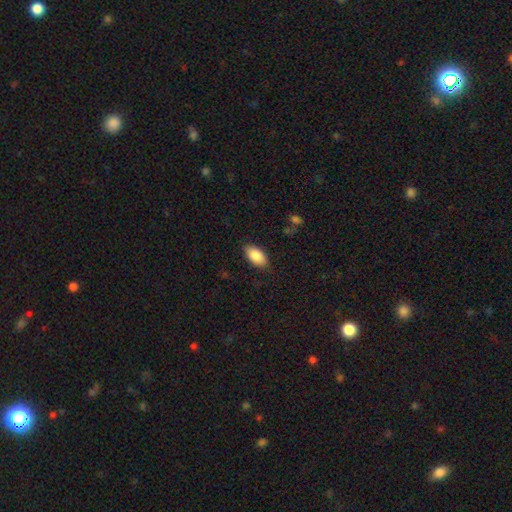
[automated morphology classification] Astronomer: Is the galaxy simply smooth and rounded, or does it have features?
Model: smooth — 88%.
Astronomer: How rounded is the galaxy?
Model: in between — 94%.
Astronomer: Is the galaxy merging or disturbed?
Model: none — 85%.